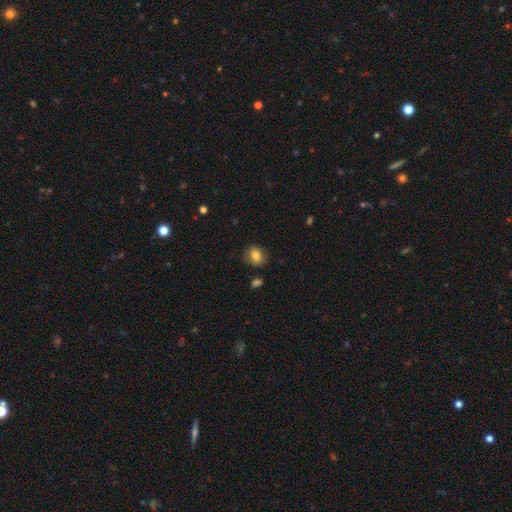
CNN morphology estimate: smooth_or_featured: smooth (p=0.82) [alt: star or artifact p=0.09]
how_rounded: round (p=0.53) [alt: in between p=0.46]
merging: none (p=0.80) [alt: minor disturbance p=0.14]